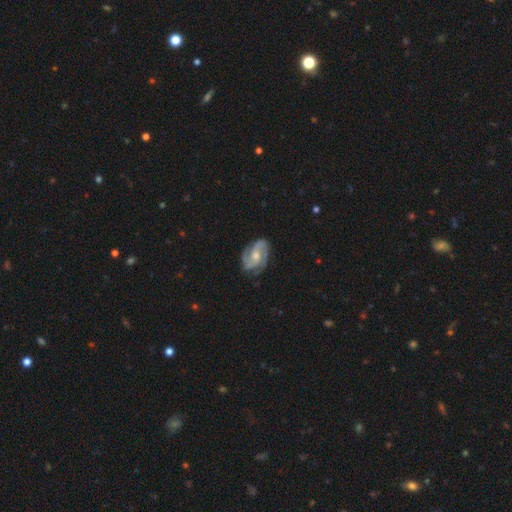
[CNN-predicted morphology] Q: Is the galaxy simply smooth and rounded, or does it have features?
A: featured or disk — 88%.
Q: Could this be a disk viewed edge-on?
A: no — 97%.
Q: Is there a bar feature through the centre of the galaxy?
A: no — 54%.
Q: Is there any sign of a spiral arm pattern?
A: yes — 97%.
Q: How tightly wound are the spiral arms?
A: medium — 48%.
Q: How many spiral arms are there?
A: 2 — 41%.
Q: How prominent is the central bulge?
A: moderate — 63%.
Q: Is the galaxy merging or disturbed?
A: none — 75%.